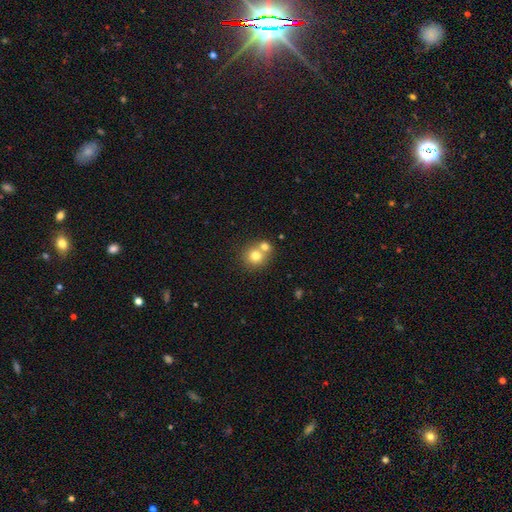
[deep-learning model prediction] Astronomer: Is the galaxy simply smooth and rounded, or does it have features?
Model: smooth — 75%.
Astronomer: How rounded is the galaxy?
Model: round — 87%.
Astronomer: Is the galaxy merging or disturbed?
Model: none — 47% (runner-up: merger, 44%).